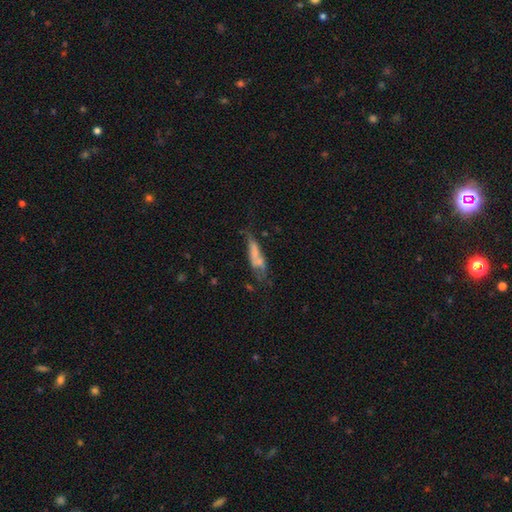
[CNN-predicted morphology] A smooth galaxy with no disk features (50%) that is cigar-shaped (60%). Merging: none (31%).